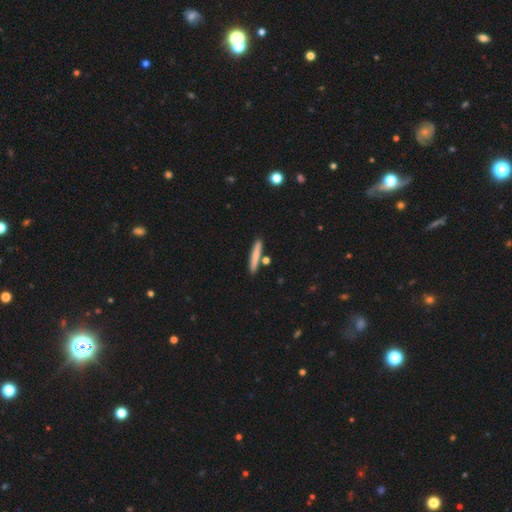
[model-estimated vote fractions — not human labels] Morphology: type=smooth (76%); roundness=cigar-shaped (92%); merging=none (83%).